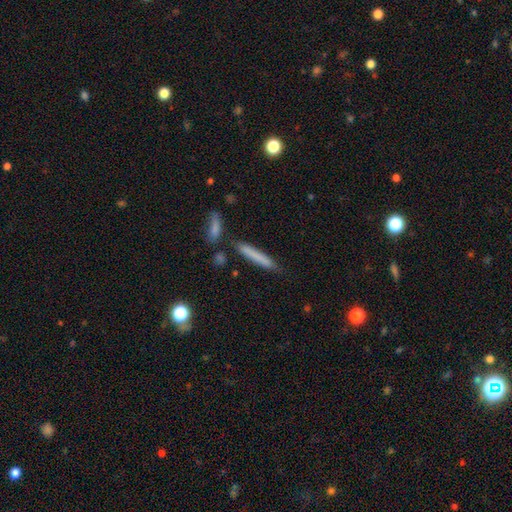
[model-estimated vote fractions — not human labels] Q: Smooth or featured?
A: smooth (72%); runner-up: featured or disk (21%)
Q: How rounded?
A: cigar-shaped (94%); runner-up: in between (4%)
Q: Merging?
A: none (79%); runner-up: minor disturbance (12%)